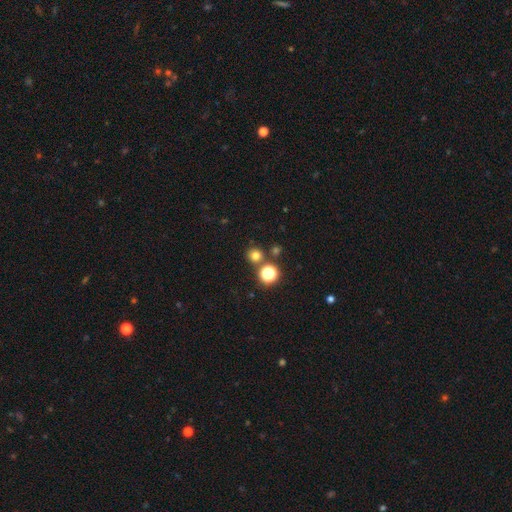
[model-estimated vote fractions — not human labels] A smooth galaxy with no disk features (72%) that is round (91%).

Vote fractions:
- Smooth or featured? smooth: 72% / star or artifact: 22% / featured or disk: 6%
- How rounded? round: 91% / in between: 8% / cigar-shaped: 1%
- Merging? none: 78% / merger: 12% / minor disturbance: 7% / major disturbance: 3%